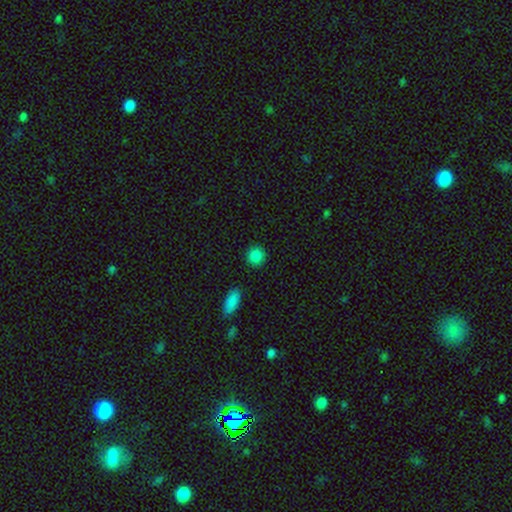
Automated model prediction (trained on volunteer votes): Overall: smooth (87%). How rounded: round (88%). Merging: none (89%).